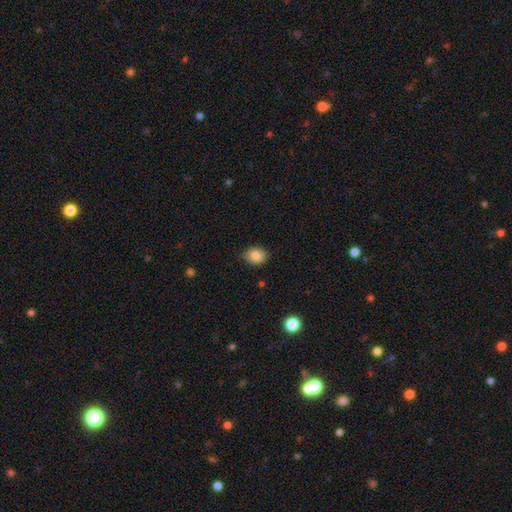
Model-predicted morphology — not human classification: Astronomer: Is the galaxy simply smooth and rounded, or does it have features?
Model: smooth — 84%.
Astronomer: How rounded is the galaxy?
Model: in between — 59% (runner-up: round, 40%).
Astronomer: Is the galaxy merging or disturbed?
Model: none — 77%.